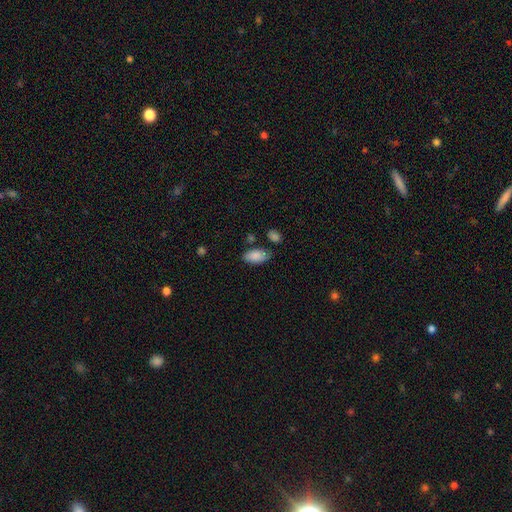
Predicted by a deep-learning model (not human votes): Smooth or featured?
  - smooth: 85% *
  - featured or disk: 8%
  - star or artifact: 7%
How rounded?
  - in between: 94% *
  - round: 3%
  - cigar-shaped: 3%
Merging?
  - none: 71% *
  - minor disturbance: 18%
  - merger: 6%
  - major disturbance: 4%